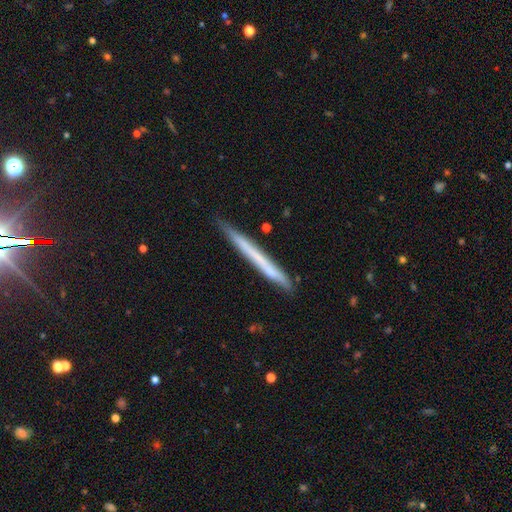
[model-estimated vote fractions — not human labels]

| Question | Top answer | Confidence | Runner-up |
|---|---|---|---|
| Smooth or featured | smooth | 51% | featured or disk (43%) |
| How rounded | cigar-shaped | 97% | in between (2%) |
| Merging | none | 84% | minor disturbance (12%) |